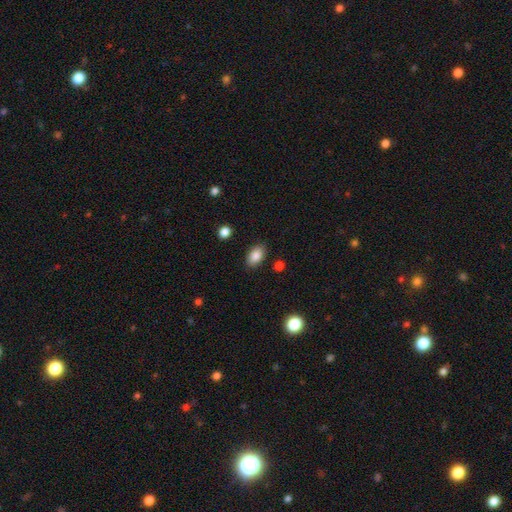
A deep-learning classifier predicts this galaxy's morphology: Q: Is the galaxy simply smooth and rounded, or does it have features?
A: smooth — 87%.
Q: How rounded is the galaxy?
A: in between — 90%.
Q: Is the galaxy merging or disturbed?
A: none — 87%.